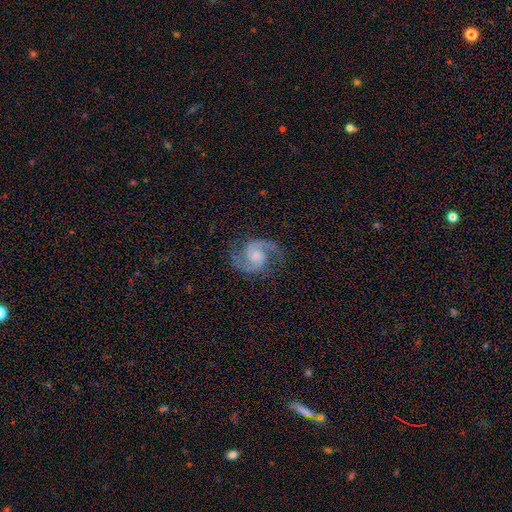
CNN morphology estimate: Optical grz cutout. It shows a featured or disk galaxy (91%) with no bar (56%), 2 (94%) medium (64%) spiral arms (98%) and a moderate central bulge (39%). Merging: none (80%).